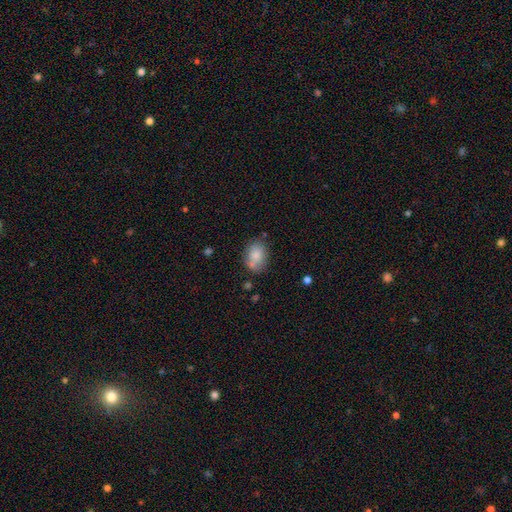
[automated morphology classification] type=smooth (80%); roundness=in between (71%); merging=none (61%).